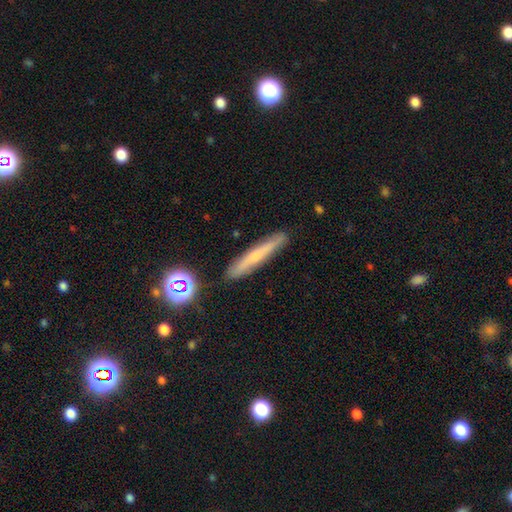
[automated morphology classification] A smooth galaxy with no disk features (48%).

Vote fractions:
- Smooth or featured? smooth: 48% / featured or disk: 41% / star or artifact: 11%
- Merging? none: 88% / minor disturbance: 9% / major disturbance: 2% / merger: 2%